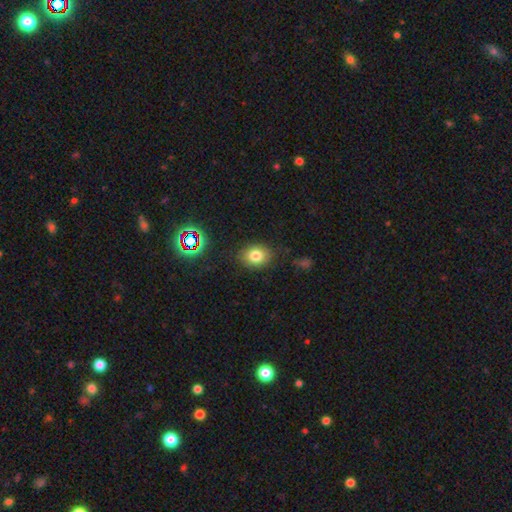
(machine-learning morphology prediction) smooth_or_featured: smooth (p=0.77) [alt: star or artifact p=0.14]
how_rounded: in between (p=0.51) [alt: round p=0.48]
merging: none (p=0.84) [alt: minor disturbance p=0.11]